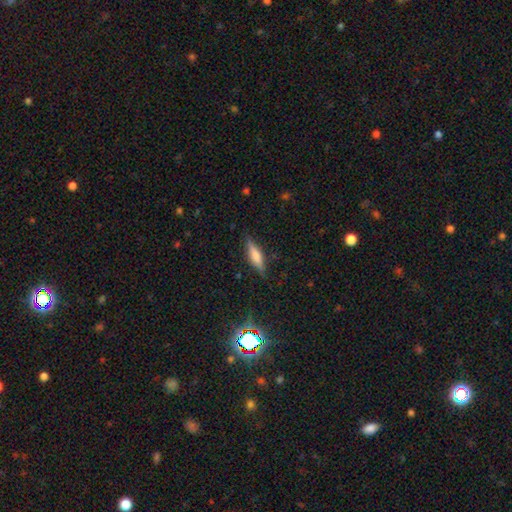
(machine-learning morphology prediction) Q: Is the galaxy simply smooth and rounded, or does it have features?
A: smooth — 56%.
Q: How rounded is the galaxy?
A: cigar-shaped — 67%.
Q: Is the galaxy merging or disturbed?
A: none — 84%.